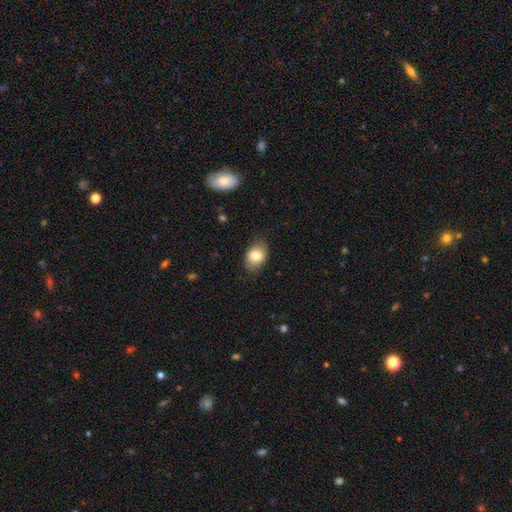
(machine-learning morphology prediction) smooth 81%, featured or disk 11%, star or artifact 8%. Down the decision tree: how rounded — in between (76%); merging — none (78%).